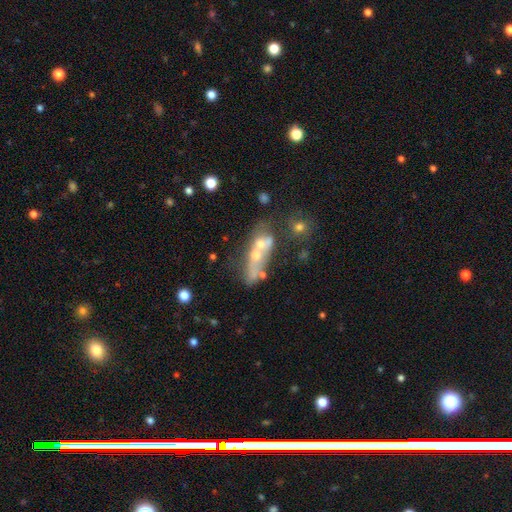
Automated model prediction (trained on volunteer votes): Smooth or featured?
  - featured or disk: 44% *
  - smooth: 42%
  - star or artifact: 14%
Merging?
  - merger: 61% *
  - none: 17%
  - major disturbance: 13%
  - minor disturbance: 9%